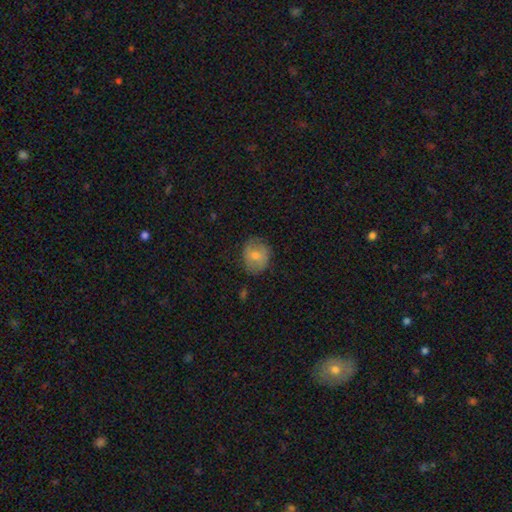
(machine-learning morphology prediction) smooth-or-featured: smooth: 72% | featured or disk: 21% | star or artifact: 7%
  how-rounded: round: 65% | in between: 34% | cigar-shaped: 1%
  merging: none: 73% | minor disturbance: 20% | major disturbance: 6% | merger: 1%